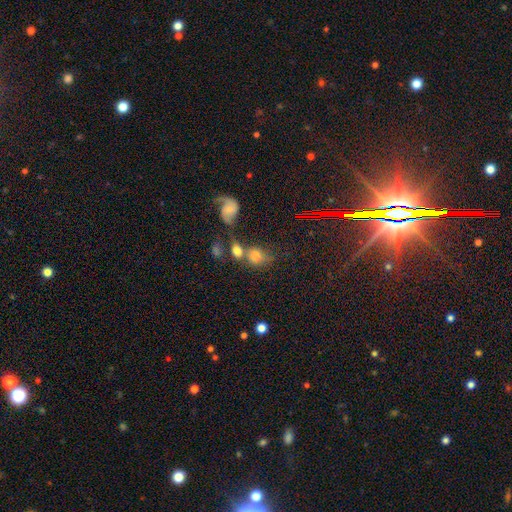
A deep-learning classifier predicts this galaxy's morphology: The model was most divided on "how rounded": in between: 51%, round: 46%, cigar-shaped: 2%. Remaining: smooth or featured — smooth (68%); merging — merger (41%).